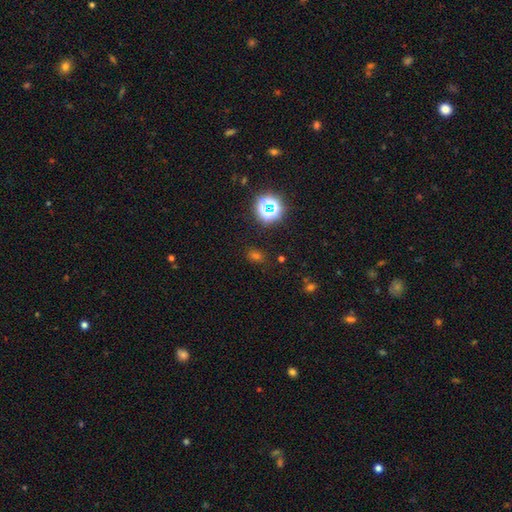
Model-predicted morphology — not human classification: A smooth galaxy with no disk features (50%) that is round (52%). Merging: none (82%).